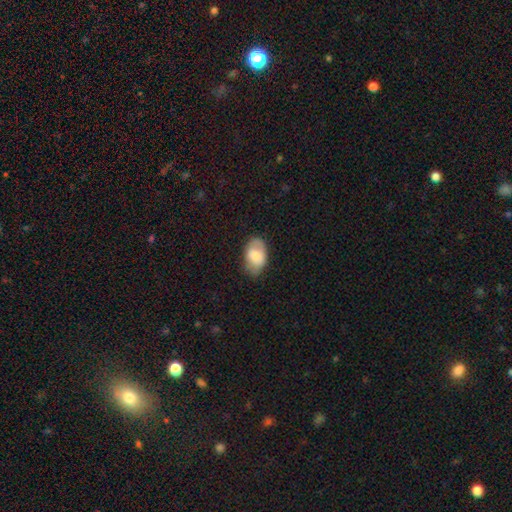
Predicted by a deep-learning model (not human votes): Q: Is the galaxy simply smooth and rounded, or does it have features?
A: smooth — 74%.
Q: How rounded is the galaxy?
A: in between — 91%.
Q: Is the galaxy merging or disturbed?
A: none — 72%.